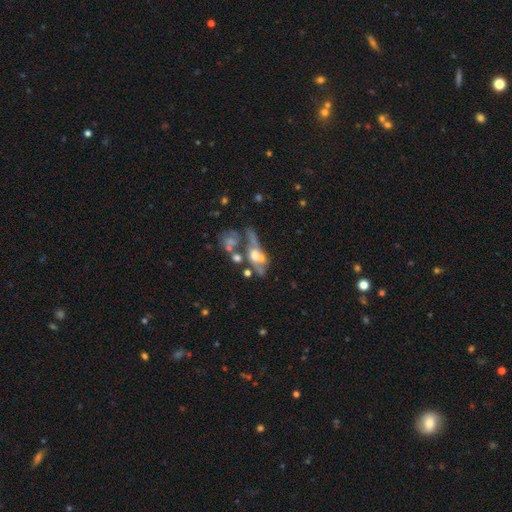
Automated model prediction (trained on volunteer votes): Smooth or featured? Predicted: featured or disk (p=0.55). Edge-on disk? Predicted: no (p=0.84). Merging? Predicted: merger (p=0.42).